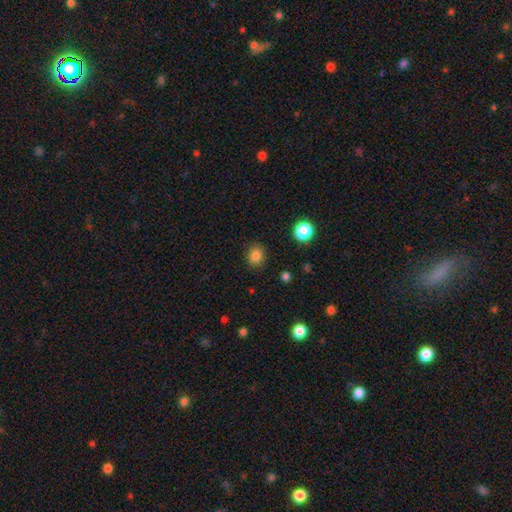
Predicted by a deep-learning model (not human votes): Q: Smooth or featured?
A: smooth (83%); runner-up: star or artifact (12%)
Q: How rounded?
A: round (66%); runner-up: in between (33%)
Q: Merging?
A: none (87%); runner-up: minor disturbance (9%)